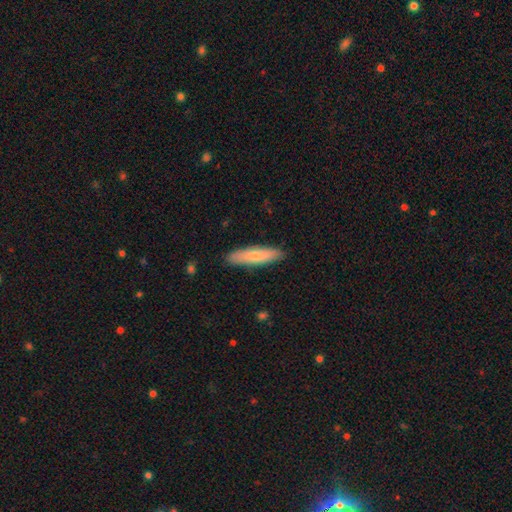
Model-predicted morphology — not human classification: smooth-or-featured: smooth: 74% | featured or disk: 21% | star or artifact: 5%
  how-rounded: cigar-shaped: 75% | in between: 23% | round: 2%
  merging: none: 89% | minor disturbance: 9% | major disturbance: 2% | merger: 1%